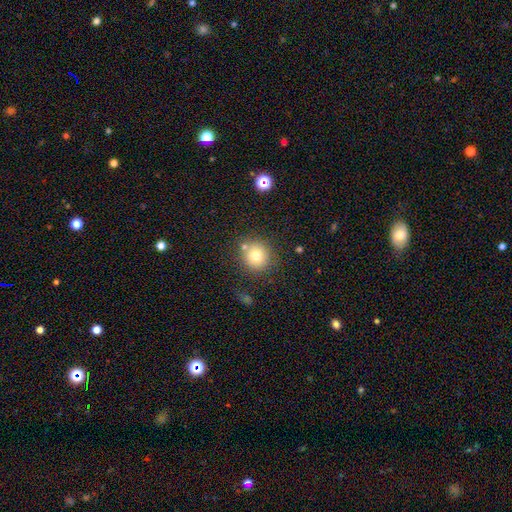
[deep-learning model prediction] Smooth or featured: smooth — 76% (featured or disk — 12%)
How rounded: round — 90% (in between — 9%)
Merging: none — 75% (minor disturbance — 12%)